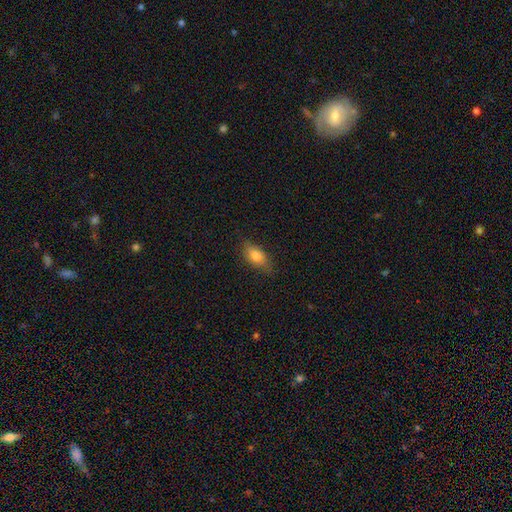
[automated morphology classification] smooth_or_featured: smooth (p=0.77) [alt: featured or disk p=0.14]
how_rounded: in between (p=0.83) [alt: cigar-shaped p=0.11]
merging: none (p=0.75) [alt: minor disturbance p=0.19]